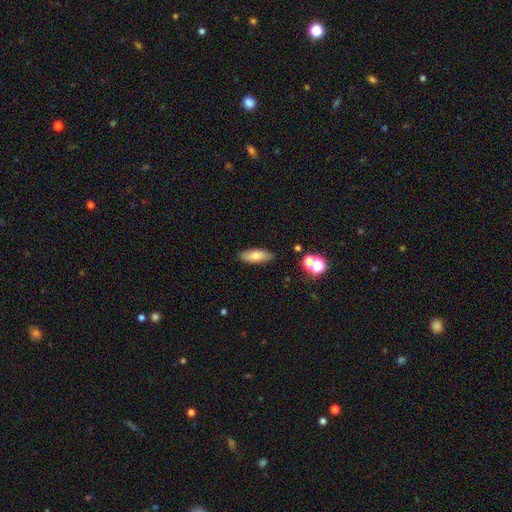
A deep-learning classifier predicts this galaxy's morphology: smooth_or_featured: smooth (p=0.77) [alt: featured or disk p=0.15]
how_rounded: in between (p=0.71) [alt: cigar-shaped p=0.27]
merging: none (p=0.86) [alt: minor disturbance p=0.10]